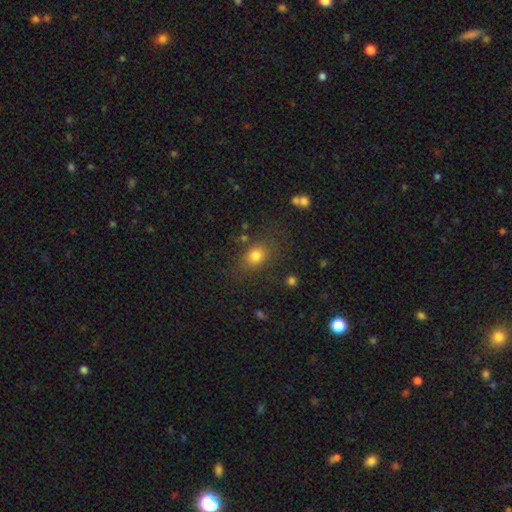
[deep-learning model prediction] smooth_or_featured: smooth (p=0.77) [alt: star or artifact p=0.13]
how_rounded: in between (p=0.62) [alt: round p=0.36]
merging: none (p=0.75) [alt: minor disturbance p=0.15]